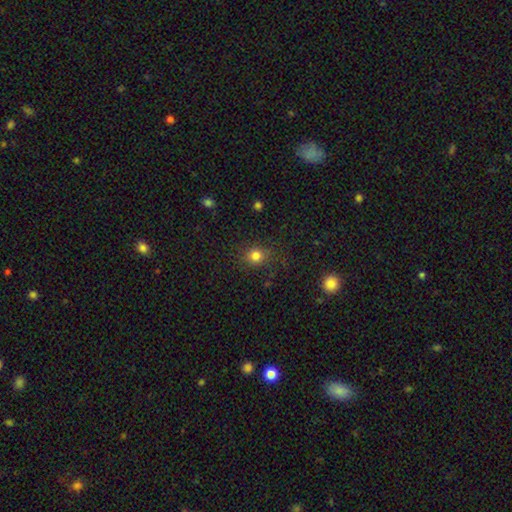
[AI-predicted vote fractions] This appears to be a smooth galaxy with no disk features (81%) that is round (83%). Merging: none (84%).